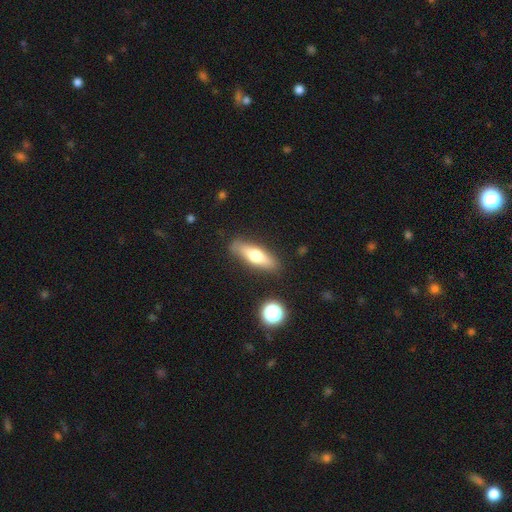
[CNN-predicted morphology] Smooth or featured? smooth (59%)
How rounded? cigar-shaped (56%)
Merging? none (84%)